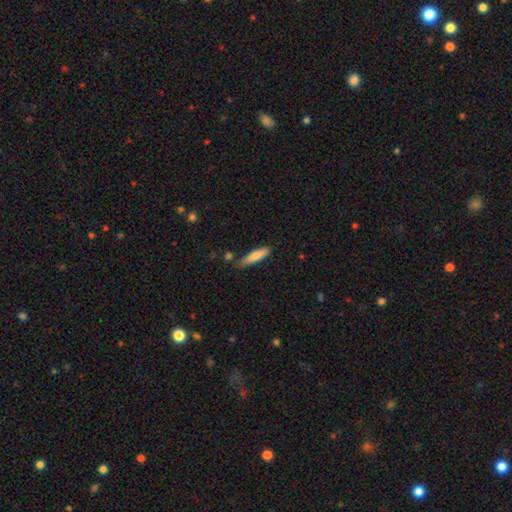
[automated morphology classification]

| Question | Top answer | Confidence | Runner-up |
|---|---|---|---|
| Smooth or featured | smooth | 79% | featured or disk (15%) |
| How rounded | cigar-shaped | 77% | in between (22%) |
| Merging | none | 69% | minor disturbance (22%) |